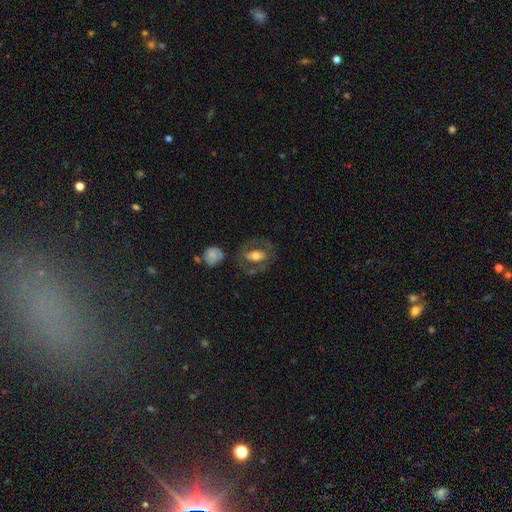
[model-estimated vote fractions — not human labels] This appears to be a featured or disk galaxy (51%). Merging: none (66%).